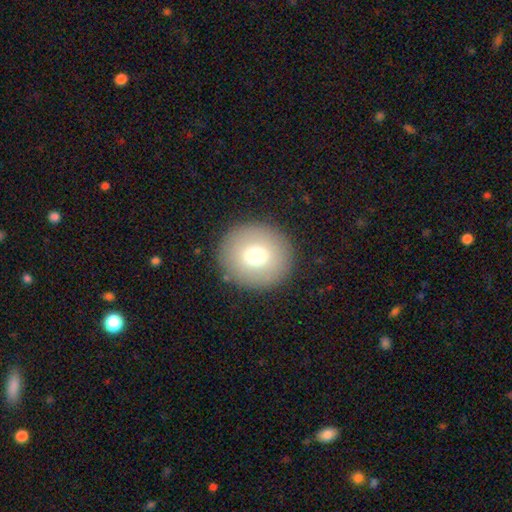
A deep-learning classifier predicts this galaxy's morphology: A smooth galaxy with no disk features (72%) that is round (91%).

Vote fractions:
- Smooth or featured? smooth: 72% / featured or disk: 18% / star or artifact: 10%
- How rounded? round: 91% / in between: 8% / cigar-shaped: 1%
- Merging? none: 89% / minor disturbance: 7% / major disturbance: 3% / merger: 1%